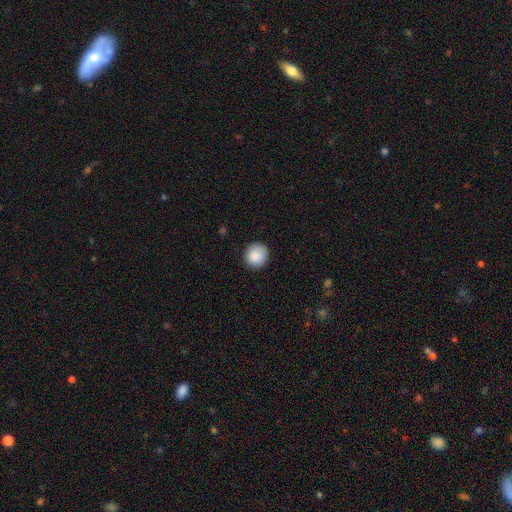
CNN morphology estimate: Q: Smooth or featured?
A: smooth (89%); runner-up: star or artifact (7%)
Q: How rounded?
A: round (90%); runner-up: in between (9%)
Q: Merging?
A: none (88%); runner-up: minor disturbance (9%)